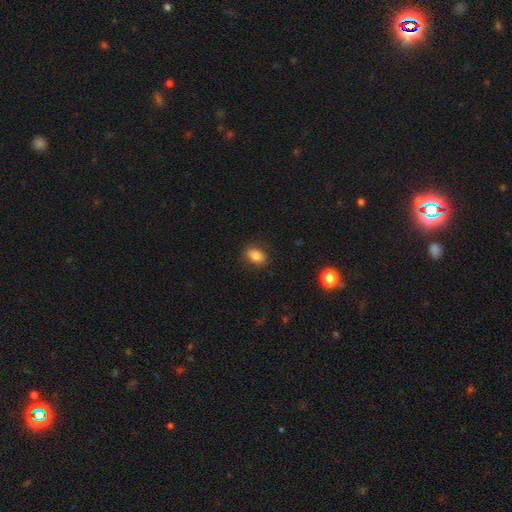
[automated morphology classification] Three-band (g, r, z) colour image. It shows a smooth galaxy with no disk features (82%) that is in between round and cigar-shaped (78%). Merging: none (85%).